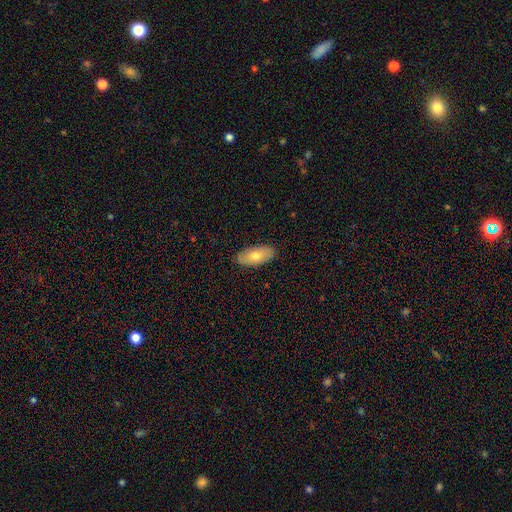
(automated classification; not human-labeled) Overall: smooth (68%). How rounded: in between (89%). Merging: none (88%).